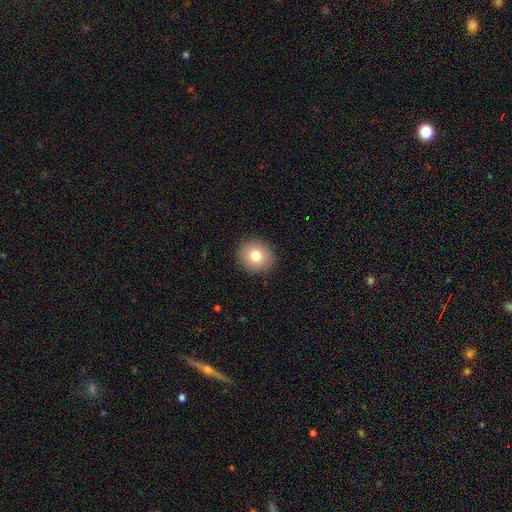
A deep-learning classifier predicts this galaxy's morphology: Smooth or featured?
  - smooth: 78% *
  - featured or disk: 12%
  - star or artifact: 10%
How rounded?
  - round: 82% *
  - in between: 17%
  - cigar-shaped: 1%
Merging?
  - none: 91% *
  - minor disturbance: 6%
  - major disturbance: 2%
  - merger: 1%